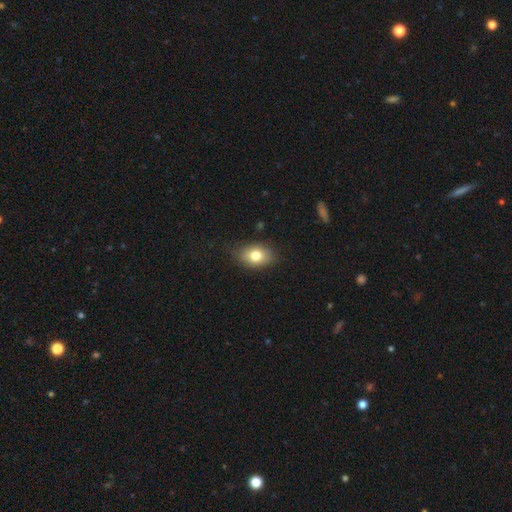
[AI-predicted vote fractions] The model was most divided on "how rounded": in between: 76%, round: 22%, cigar-shaped: 1%. More confident: merging — none (80%); smooth or featured — smooth (79%).